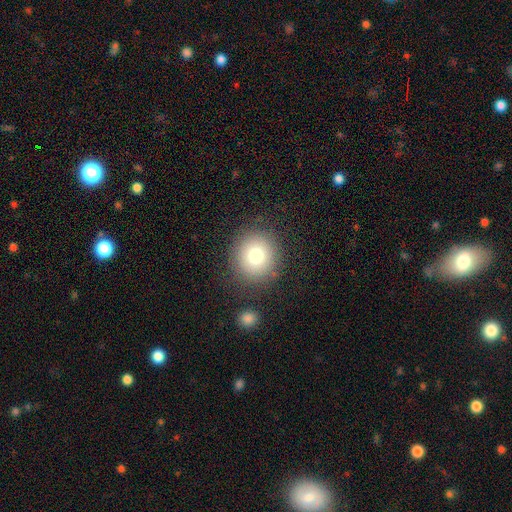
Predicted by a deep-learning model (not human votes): smooth 76%, star or artifact 13%, featured or disk 12%. Down the decision tree: how rounded — round (91%); merging — none (85%).